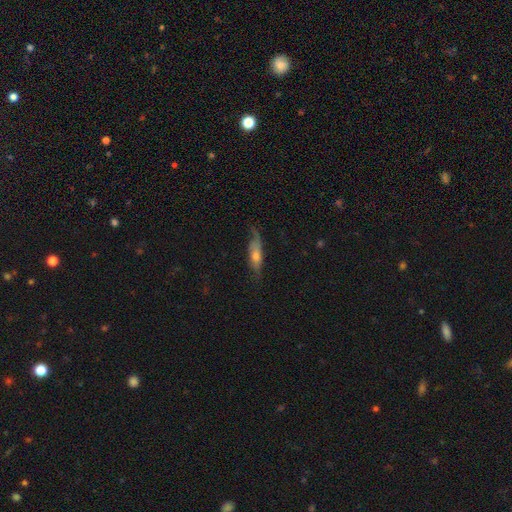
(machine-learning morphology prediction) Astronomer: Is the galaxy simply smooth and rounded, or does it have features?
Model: smooth — 52% (runner-up: featured or disk, 41%).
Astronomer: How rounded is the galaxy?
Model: cigar-shaped — 55% (runner-up: in between, 41%).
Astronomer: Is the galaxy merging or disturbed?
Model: none — 54% (runner-up: minor disturbance, 30%).